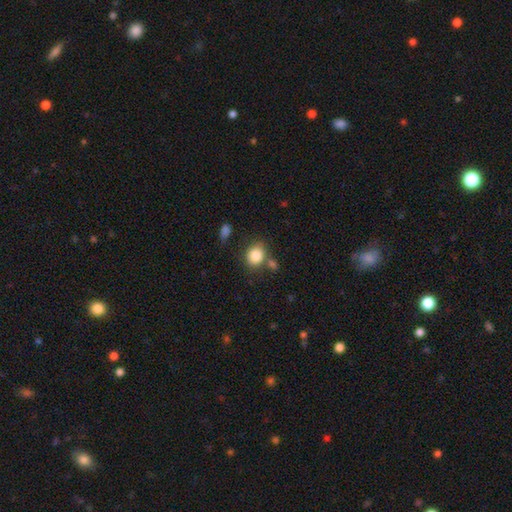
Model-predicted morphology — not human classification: Q: Smooth or featured?
A: smooth (84%); runner-up: star or artifact (9%)
Q: How rounded?
A: round (58%); runner-up: in between (41%)
Q: Merging?
A: none (66%); runner-up: minor disturbance (15%)